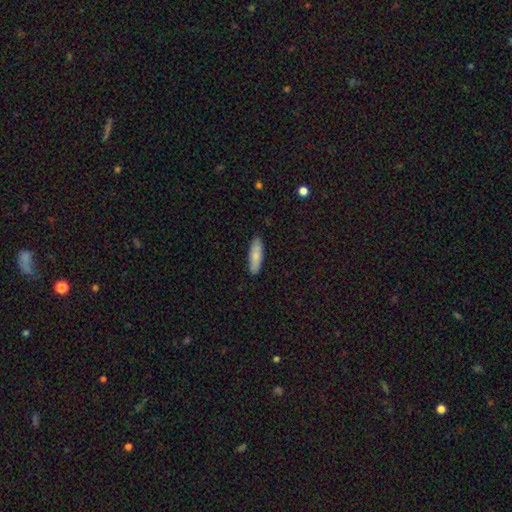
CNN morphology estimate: The model was most divided on "how rounded": cigar-shaped: 51%, in between: 47%, round: 2%. More confident: merging — none (89%); smooth or featured — smooth (80%).